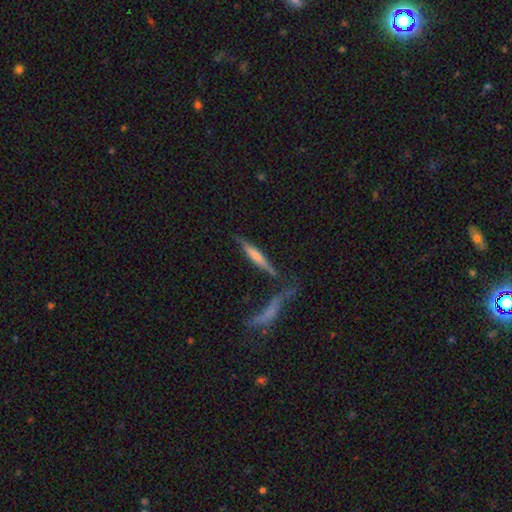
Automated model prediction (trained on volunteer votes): Smooth or featured: featured or disk — 58% (smooth — 32%)
Edge-on disk: yes — 91% (no — 9%)
Edge-on bulge: rounded — 58% (none — 29%)
Merging: none — 59% (merger — 20%)